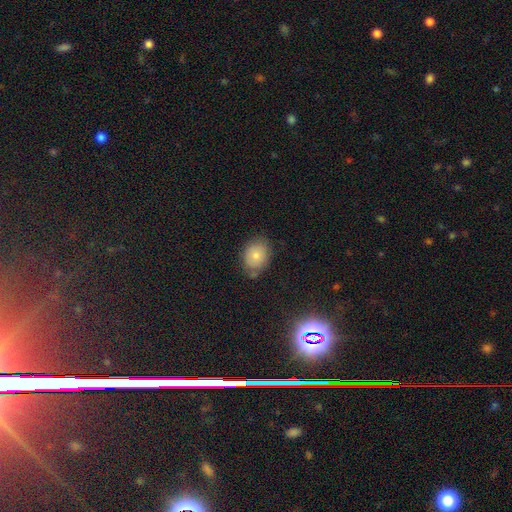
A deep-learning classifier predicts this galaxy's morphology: A smooth galaxy with no disk features (77%) that is in between round and cigar-shaped (58%). Merging: none (71%).